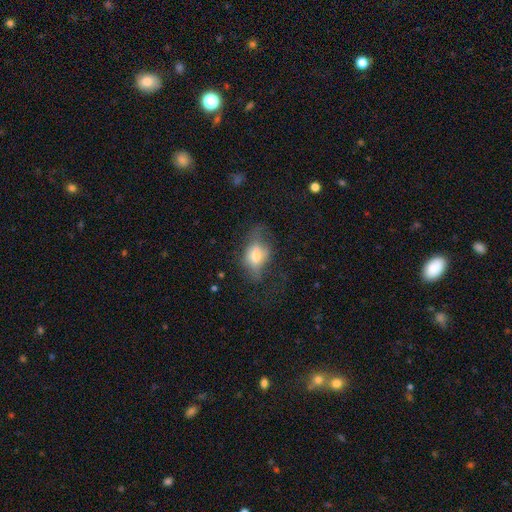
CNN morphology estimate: Smooth or featured: smooth — 59% (featured or disk — 30%)
How rounded: in between — 83% (round — 12%)
Merging: major disturbance — 35% (tied with none — 35%)